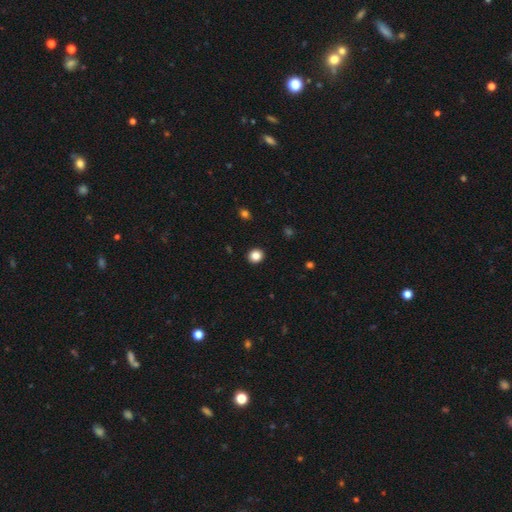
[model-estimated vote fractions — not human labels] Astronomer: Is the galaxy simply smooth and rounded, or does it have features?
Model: smooth — 86%.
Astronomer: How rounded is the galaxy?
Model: round — 85%.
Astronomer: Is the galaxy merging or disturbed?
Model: none — 93%.